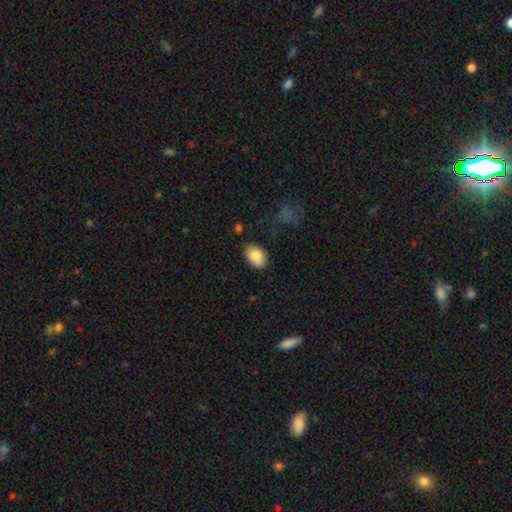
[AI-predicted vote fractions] Smooth or featured? smooth (83%)
How rounded? in between (85%)
Merging? none (73%)